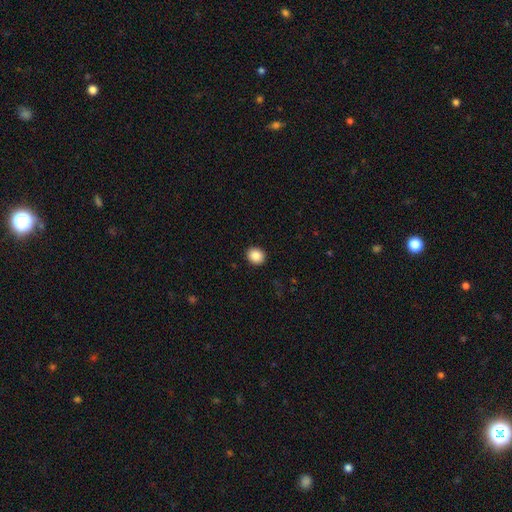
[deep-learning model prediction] Morphology: type=smooth (87%); roundness=round (81%); merging=none (92%).